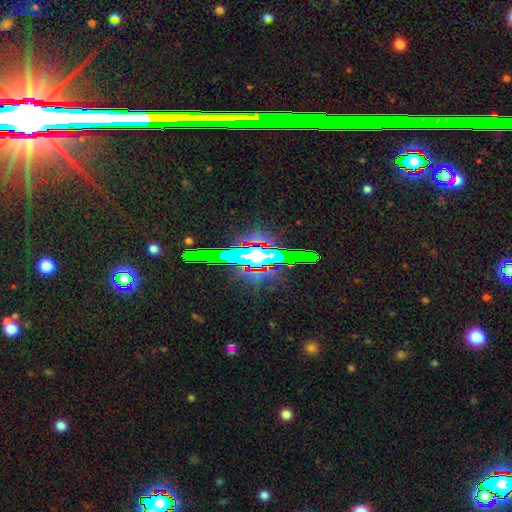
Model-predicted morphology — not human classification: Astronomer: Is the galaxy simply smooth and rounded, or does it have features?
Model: star or artifact — 61%.